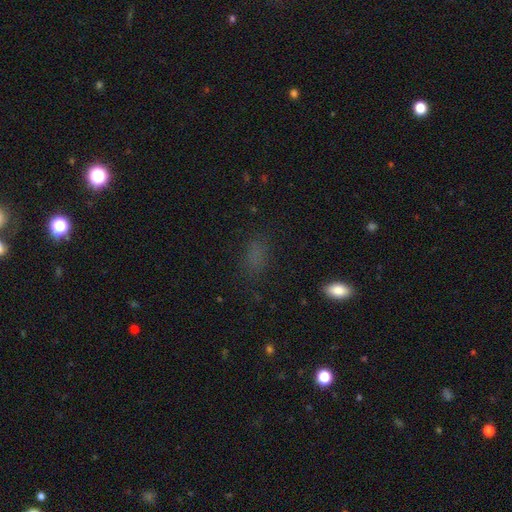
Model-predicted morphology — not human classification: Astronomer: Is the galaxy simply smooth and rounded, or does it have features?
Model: smooth — 71%.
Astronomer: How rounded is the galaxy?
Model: in between — 80%.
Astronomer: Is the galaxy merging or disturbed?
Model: none — 74%.